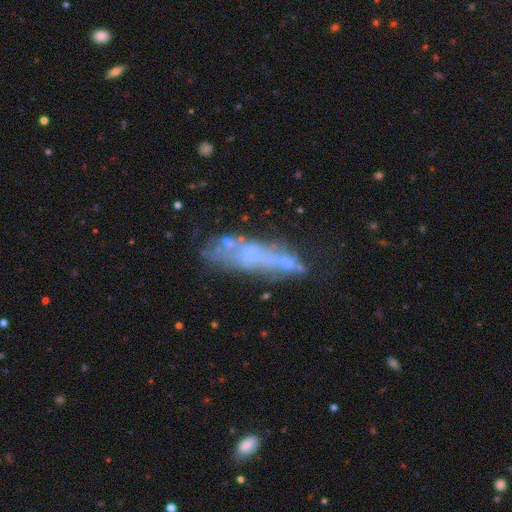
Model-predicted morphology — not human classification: Smooth or featured? featured or disk (54%)
Edge-on disk? no (74%)
Merging? none (45%)